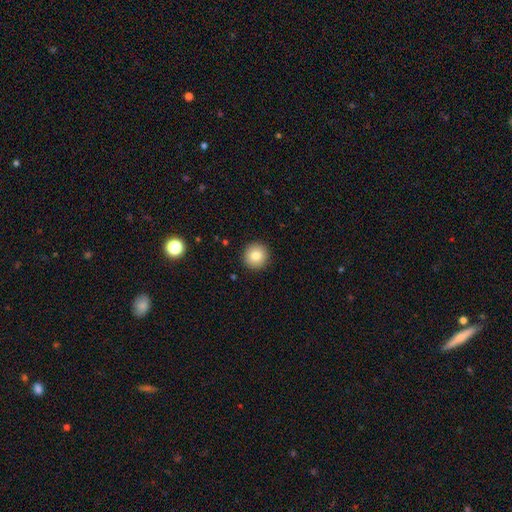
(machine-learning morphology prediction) Overall: smooth (83%). How rounded: round (95%). Merging: none (92%).